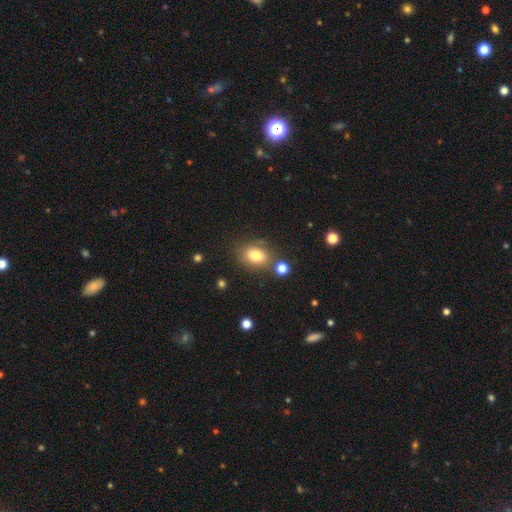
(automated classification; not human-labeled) Smooth or featured? smooth (80%)
How rounded? in between (73%)
Merging? none (72%)